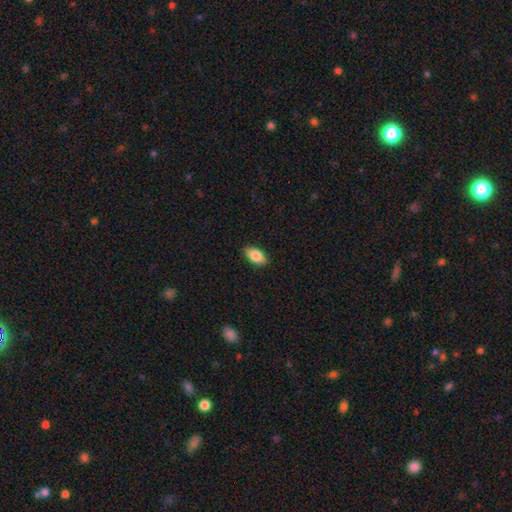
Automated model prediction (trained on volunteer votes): smooth-or-featured: smooth: 83% | featured or disk: 10% | star or artifact: 7%
  how-rounded: in between: 91% | round: 5% | cigar-shaped: 4%
  merging: none: 88% | minor disturbance: 9% | major disturbance: 2% | merger: 1%